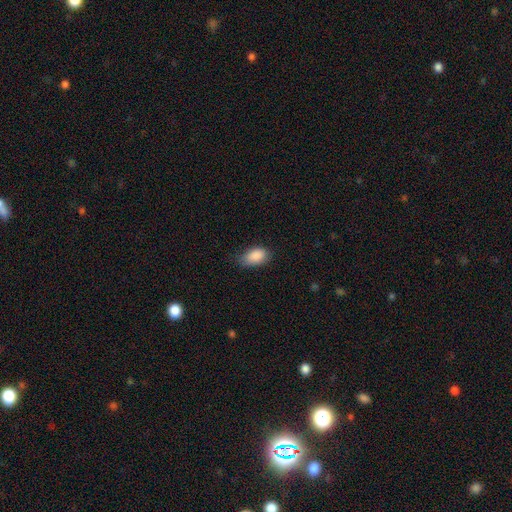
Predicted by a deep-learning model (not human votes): smooth 89%, star or artifact 7%, featured or disk 4%. Down the decision tree: how rounded — in between (92%); merging — none (68%).